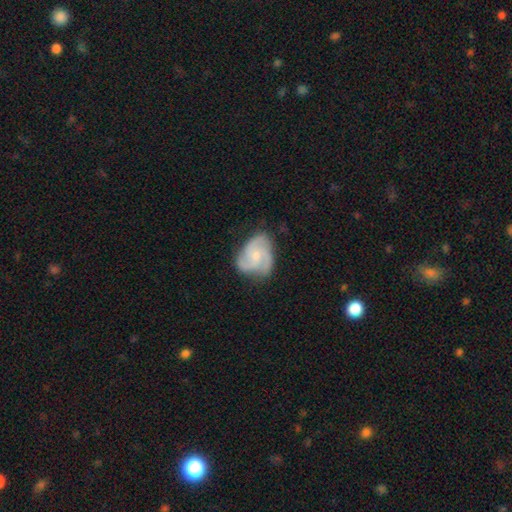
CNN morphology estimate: Overall: featured or disk (81%). Edge-on disk: no (98%). Bar: no (72%). Spiral arms: yes (96%). Spiral arm count: 3 (70%). Spiral winding: medium (51%; tight 37%). Bulge size: small (57%; moderate 37%). Merging: none (66%).